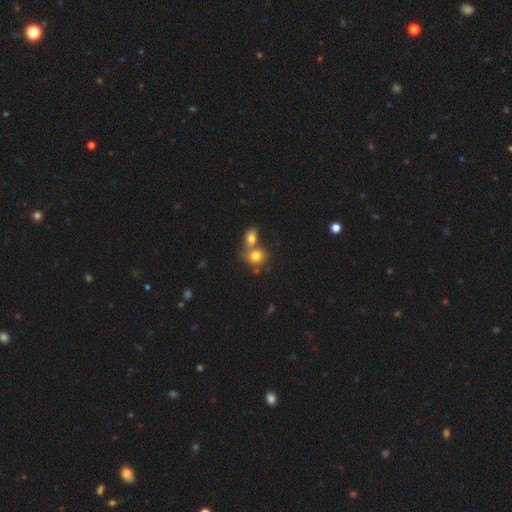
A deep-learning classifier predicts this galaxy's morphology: smooth_or_featured: smooth (p=0.79) [alt: star or artifact p=0.11]
how_rounded: round (p=0.62) [alt: in between p=0.36]
merging: merger (p=0.51) [alt: none p=0.36]